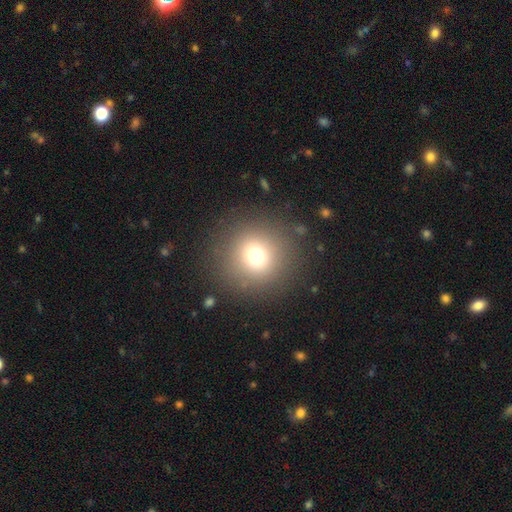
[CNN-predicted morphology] This is likely a smooth galaxy (72%). How rounded: clearly round (94%). Merging: clearly none (88%).